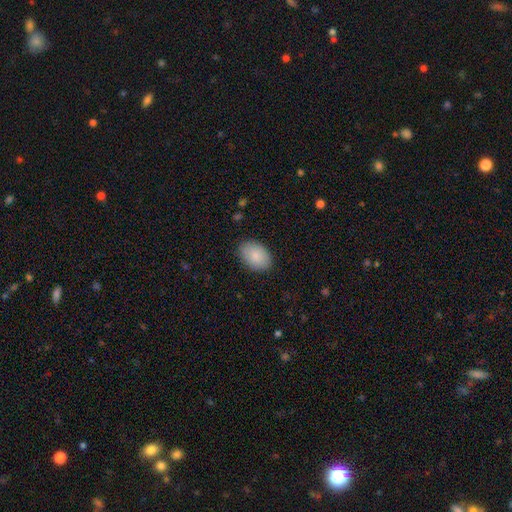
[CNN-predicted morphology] Q: Smooth or featured?
A: smooth (87%); runner-up: featured or disk (7%)
Q: How rounded?
A: in between (87%); runner-up: round (12%)
Q: Merging?
A: none (86%); runner-up: minor disturbance (11%)